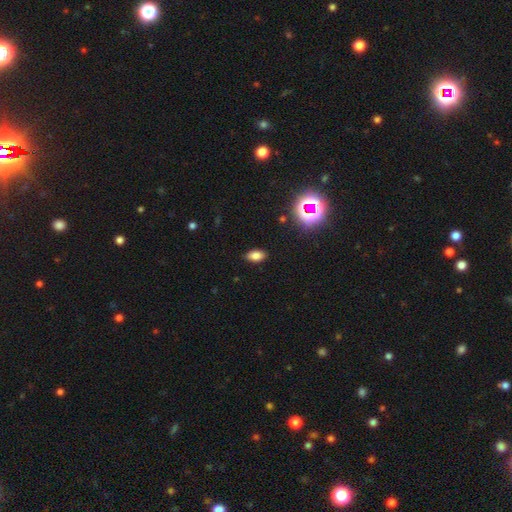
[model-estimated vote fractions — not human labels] The model was most divided on "smooth or featured": smooth: 78%, star or artifact: 15%, featured or disk: 7%. More confident: how rounded — in between (89%); merging — none (88%).